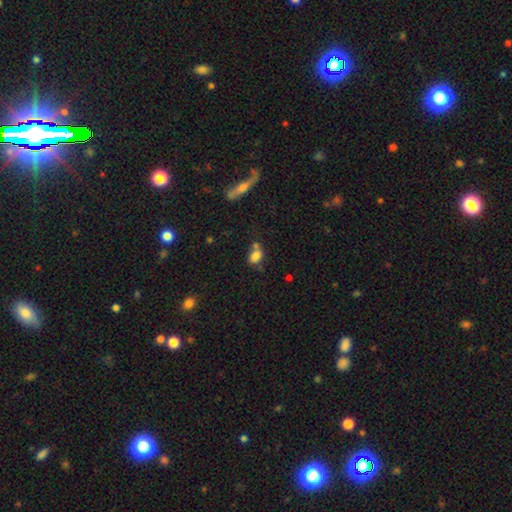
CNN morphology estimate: type=smooth (78%); roundness=in between (73%); merging=none (43%).